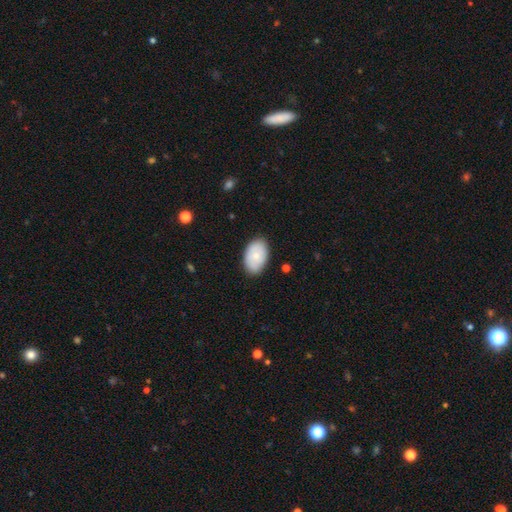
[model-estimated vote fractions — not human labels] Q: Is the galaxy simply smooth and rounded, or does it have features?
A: smooth — 71%.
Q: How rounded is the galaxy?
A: in between — 90%.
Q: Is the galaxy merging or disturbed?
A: none — 81%.